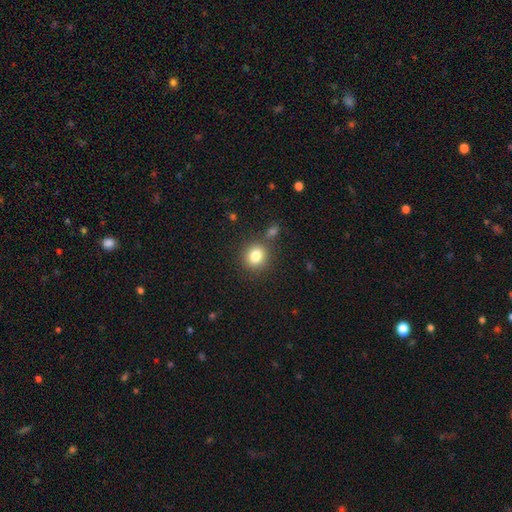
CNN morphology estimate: Overall: smooth (82%). How rounded: round (82%). Merging: none (79%).